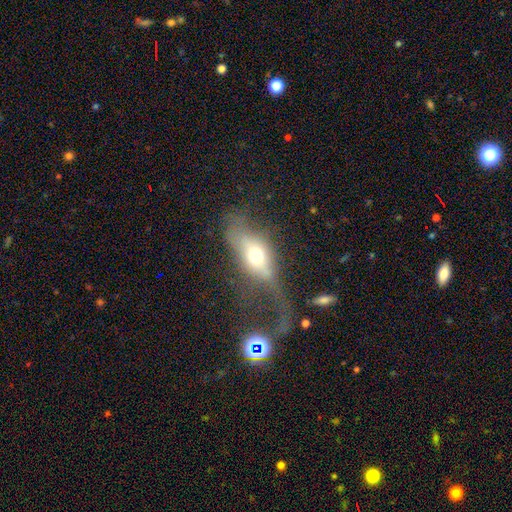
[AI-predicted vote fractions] Overall: smooth (48%; featured or disk 42%). Merging: major disturbance (54%; none 21%).